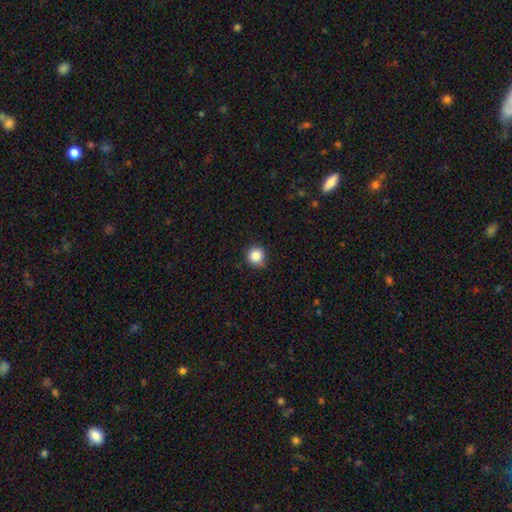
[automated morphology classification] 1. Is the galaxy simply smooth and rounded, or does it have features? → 86% smooth, 10% star or artifact, 3% featured or disk.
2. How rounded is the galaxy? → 94% round, 5% in between, 1% cigar-shaped.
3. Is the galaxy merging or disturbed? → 83% none, 14% minor disturbance, 2% major disturbance, 1% merger.